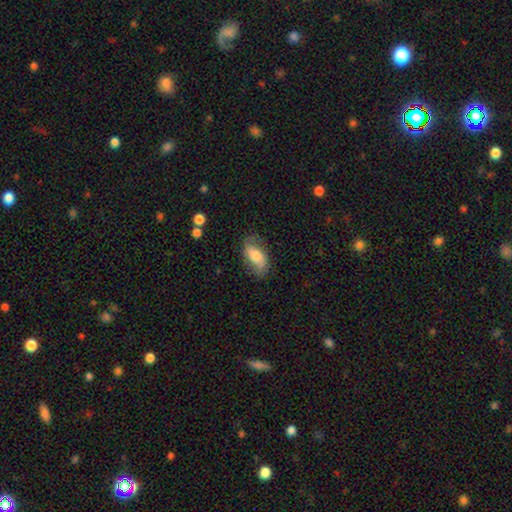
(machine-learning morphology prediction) Smooth or featured? smooth (55%)
How rounded? in between (89%)
Merging? none (68%)